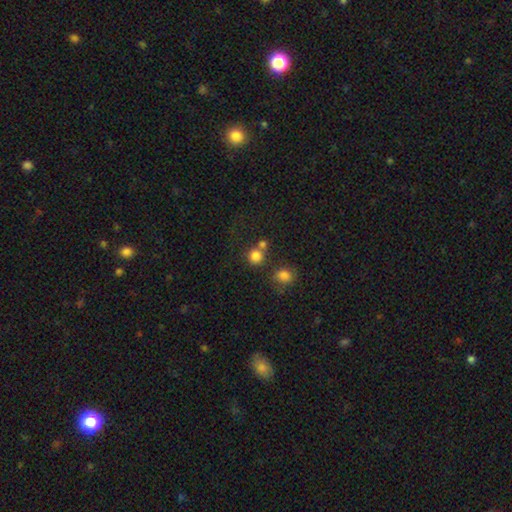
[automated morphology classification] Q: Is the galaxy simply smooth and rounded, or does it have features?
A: smooth — 80%.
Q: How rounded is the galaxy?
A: round — 89%.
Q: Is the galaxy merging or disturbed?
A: none — 60%.